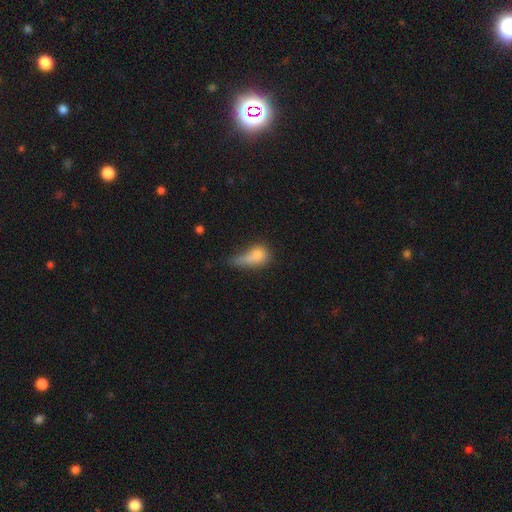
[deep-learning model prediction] The model was most divided on "merging": major disturbance: 36%, minor disturbance: 23%, merger: 21%, none: 21%. More confident: smooth or featured — smooth (73%); how rounded — in between (62%).